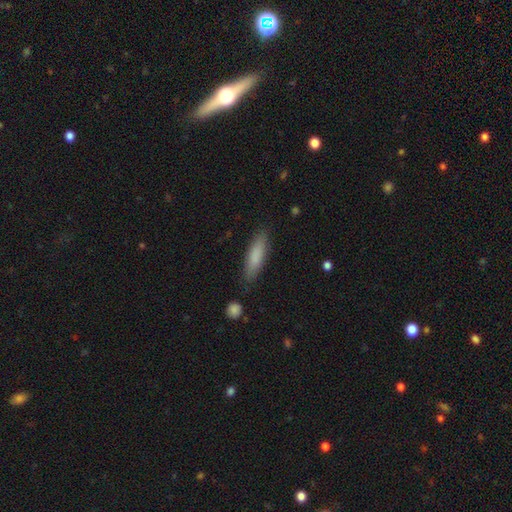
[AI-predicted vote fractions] A smooth galaxy with no disk features (82%) that is cigar-shaped (67%).

Vote fractions:
- Smooth or featured? smooth: 82% / featured or disk: 12% / star or artifact: 6%
- How rounded? cigar-shaped: 67% / in between: 31% / round: 2%
- Merging? none: 84% / minor disturbance: 12% / major disturbance: 3% / merger: 2%